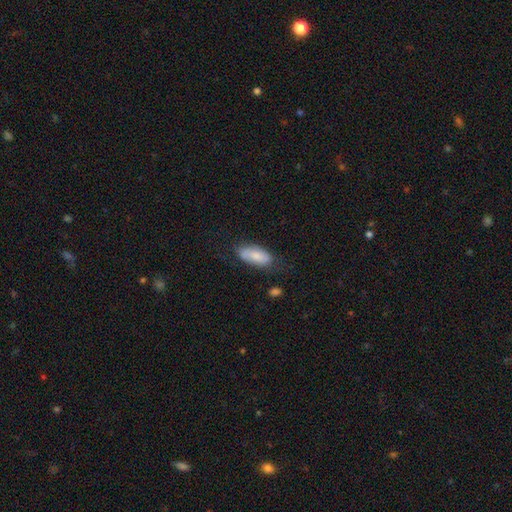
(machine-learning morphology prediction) This appears to be a smooth galaxy with no disk features (76%) that is in between round and cigar-shaped (85%). Merging: none (64%).